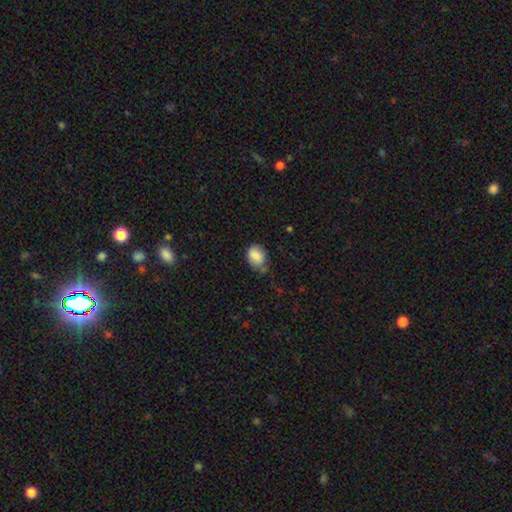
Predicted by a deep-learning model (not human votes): Smooth or featured? Predicted: smooth (p=0.87). How rounded? Predicted: in between (p=0.63). Merging? Predicted: none (p=0.57).